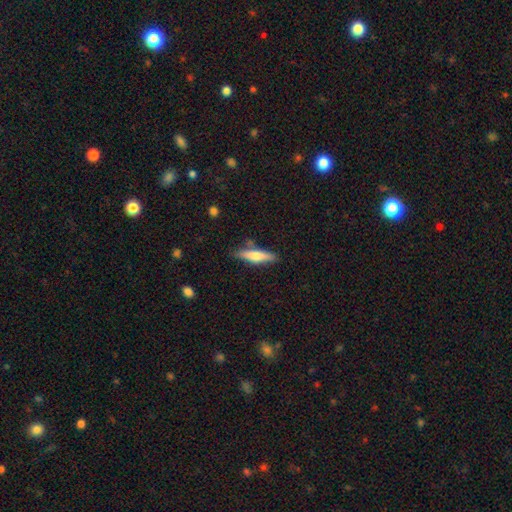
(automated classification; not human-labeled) The model was most divided on "smooth or featured": smooth: 57%, featured or disk: 37%, star or artifact: 6%. More confident: merging — none (79%); how rounded — cigar-shaped (78%).